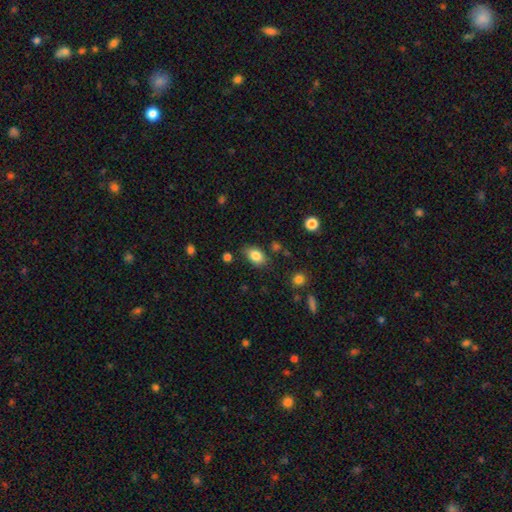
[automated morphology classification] Smooth or featured: smooth — 84% (star or artifact — 9%)
How rounded: in between — 83% (round — 16%)
Merging: none — 77% (minor disturbance — 16%)